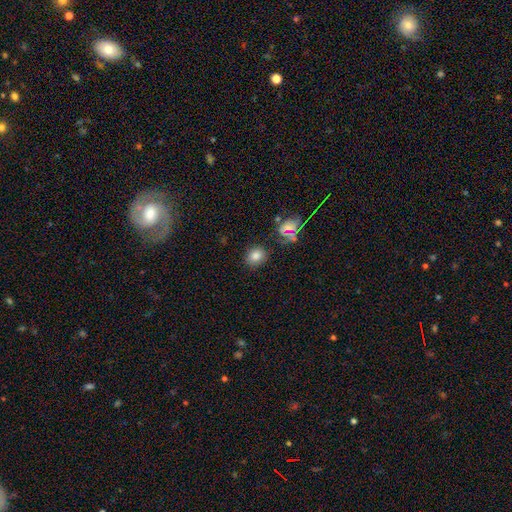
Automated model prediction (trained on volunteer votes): This appears to be a smooth galaxy with no disk features (77%) that is round (71%). Merging: none (83%).